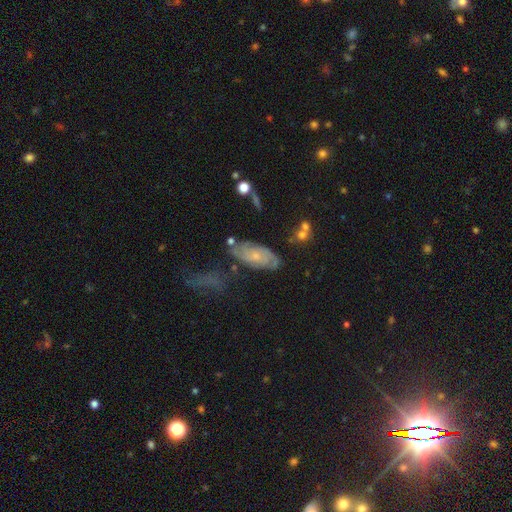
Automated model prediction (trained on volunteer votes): Smooth or featured? Predicted: featured or disk (p=0.64). Edge-on disk? Predicted: no (p=0.92). Bar? Predicted: no (p=0.73). Spiral arms? Predicted: yes (p=0.86). Spiral winding? Predicted: tight (p=0.56). Spiral arm count? Predicted: can't tell (p=0.41). Bulge size? Predicted: small (p=0.66). Merging? Predicted: none (p=0.65).